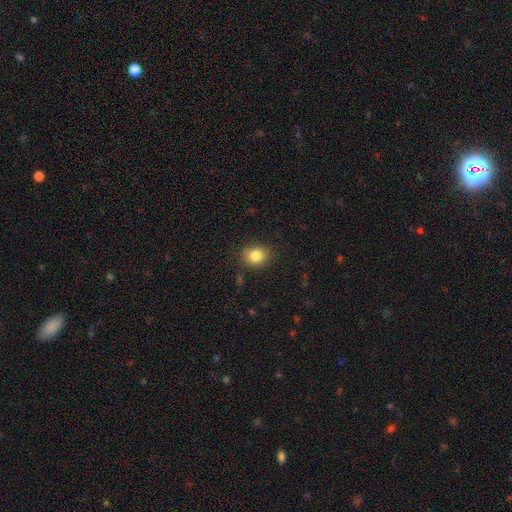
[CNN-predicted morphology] smooth 83%, star or artifact 11%, featured or disk 6%. Down the decision tree: how rounded — round (68%); merging — none (84%).